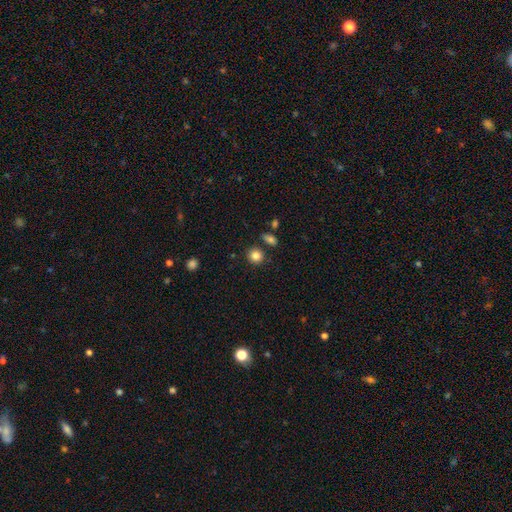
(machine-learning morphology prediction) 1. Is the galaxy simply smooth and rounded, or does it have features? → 84% smooth, 10% star or artifact, 6% featured or disk.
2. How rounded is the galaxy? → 85% round, 14% in between, 1% cigar-shaped.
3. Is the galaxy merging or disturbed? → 83% none, 9% minor disturbance, 5% merger, 3% major disturbance.